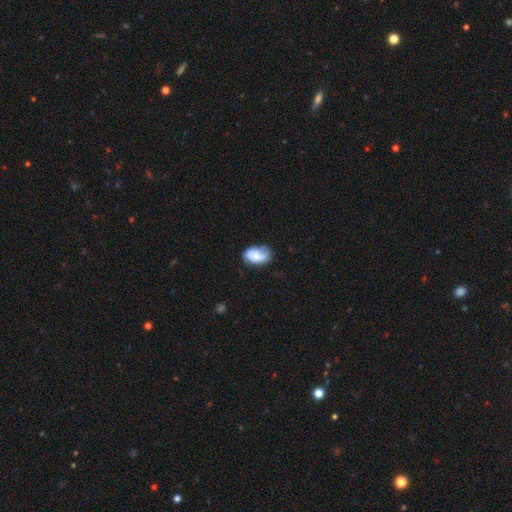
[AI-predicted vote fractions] Smooth or featured?
  - smooth: 57% *
  - featured or disk: 36%
  - star or artifact: 7%
How rounded?
  - in between: 88% *
  - round: 11%
  - cigar-shaped: 1%
Merging?
  - none: 56% *
  - minor disturbance: 33%
  - major disturbance: 9%
  - merger: 2%